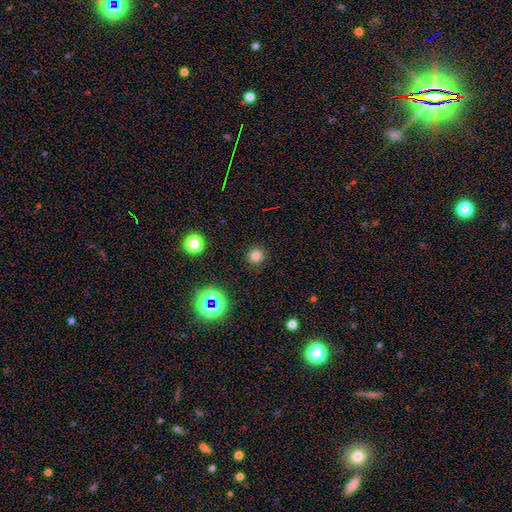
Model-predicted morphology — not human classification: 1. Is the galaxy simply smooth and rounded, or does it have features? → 75% smooth, 19% star or artifact, 6% featured or disk.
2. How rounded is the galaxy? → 95% round, 4% in between, 1% cigar-shaped.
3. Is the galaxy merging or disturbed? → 91% none, 5% minor disturbance, 2% major disturbance, 1% merger.